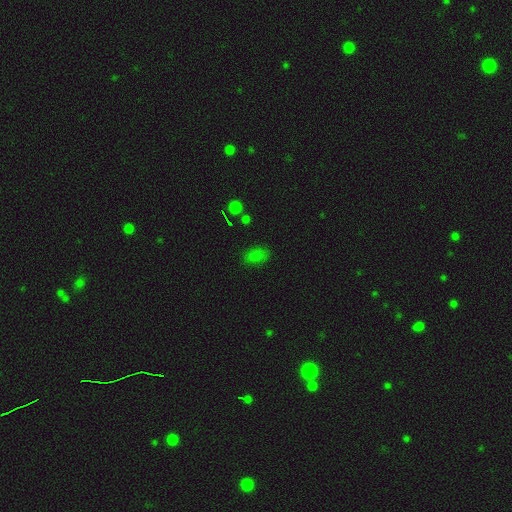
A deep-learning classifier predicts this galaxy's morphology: Smooth or featured? Predicted: smooth (p=0.76). How rounded? Predicted: in between (p=0.86). Merging? Predicted: none (p=0.77).